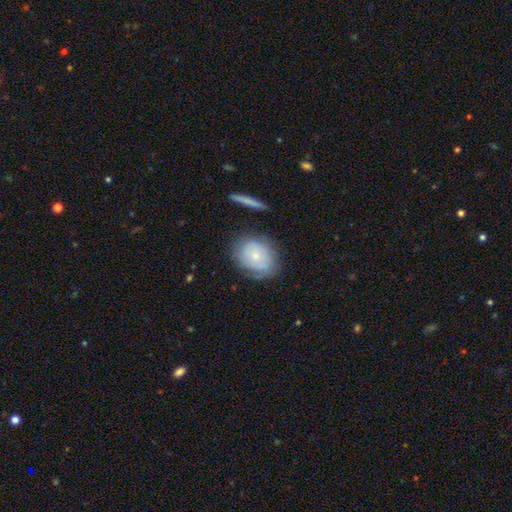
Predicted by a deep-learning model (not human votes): A smooth galaxy with no disk features (61%) that is round (50%).

Vote fractions:
- Smooth or featured? smooth: 61% / featured or disk: 32% / star or artifact: 7%
- How rounded? round: 50% / in between: 48% / cigar-shaped: 1%
- Merging? none: 69% / minor disturbance: 21% / major disturbance: 7% / merger: 3%